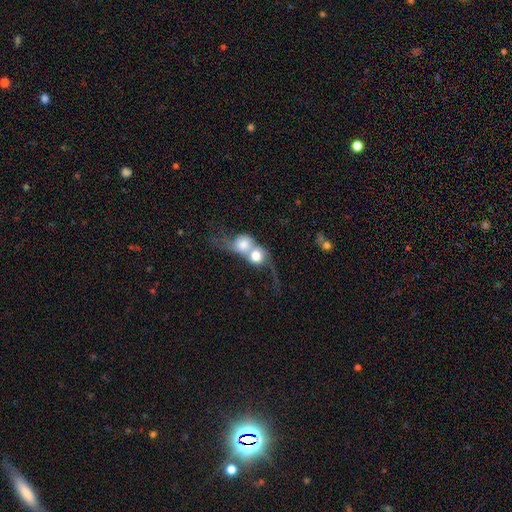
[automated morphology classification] smooth-or-featured: smooth: 61% | featured or disk: 31% | star or artifact: 9%
  how-rounded: round: 74% | in between: 24% | cigar-shaped: 2%
  merging: merger: 84% | none: 7% | major disturbance: 6% | minor disturbance: 3%